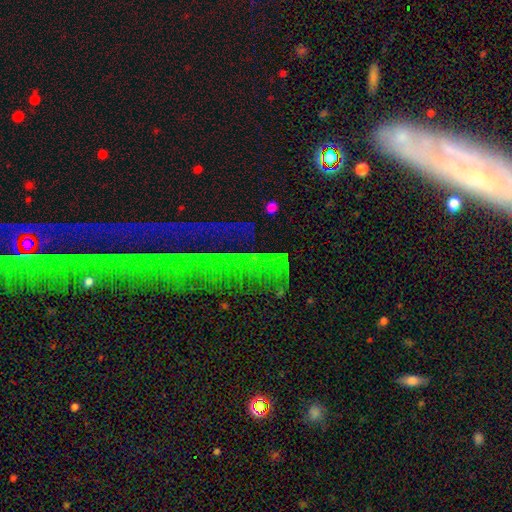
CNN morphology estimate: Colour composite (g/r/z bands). It shows a star or artifact, not a galaxy (73%).